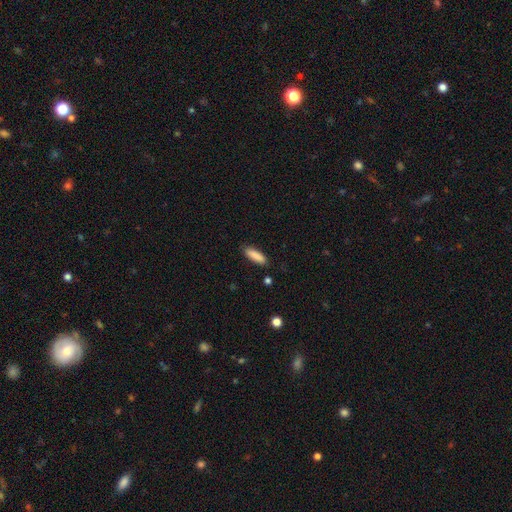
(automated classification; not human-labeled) This appears to be a smooth galaxy with no disk features (88%) that is cigar-shaped (53%). Merging: none (86%).